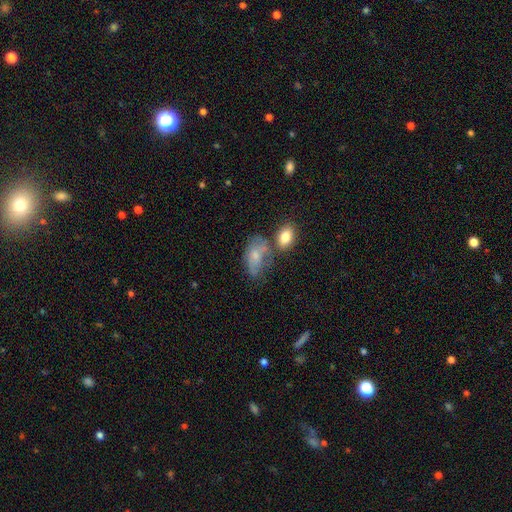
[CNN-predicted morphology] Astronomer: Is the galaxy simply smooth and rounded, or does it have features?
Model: smooth — 61%.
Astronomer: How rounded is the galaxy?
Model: in between — 89%.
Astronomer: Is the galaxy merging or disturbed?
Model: none — 36% (runner-up: minor disturbance, 26%).